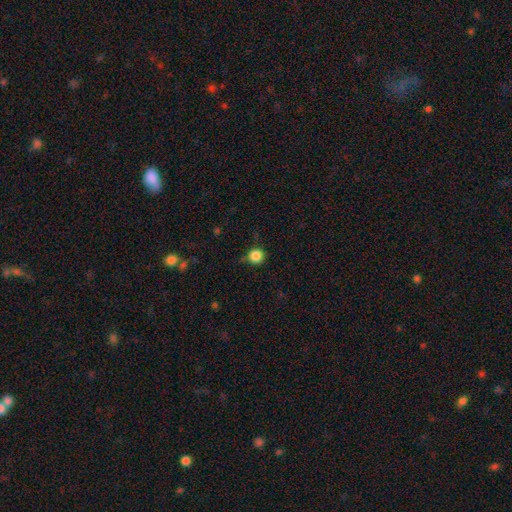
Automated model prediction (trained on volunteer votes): This appears to be a smooth galaxy with no disk features (86%) that is round (95%). Merging: none (83%).